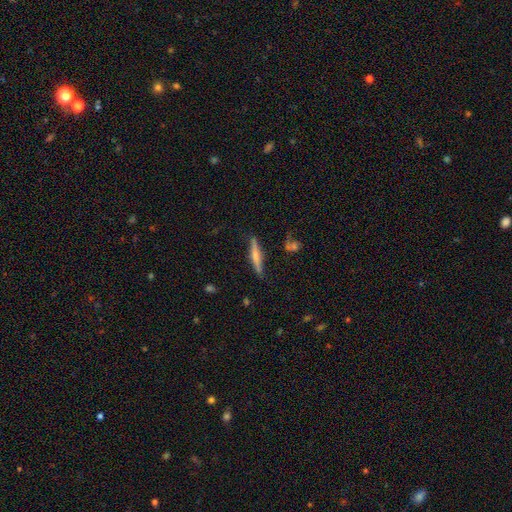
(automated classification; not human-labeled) This is possibly a featured or disk galaxy (53%). It is clearly viewed edge-on (95%). Edge-on bulge: likely rounded (64%). Merging: clearly none (81%).